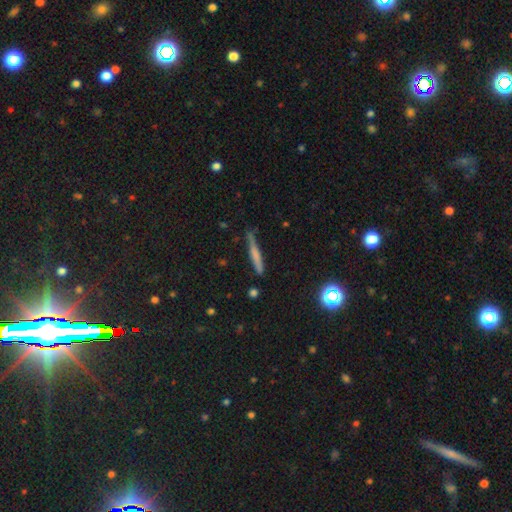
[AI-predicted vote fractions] Overall: smooth (54%; featured or disk 37%). How rounded: cigar-shaped (94%). Merging: none (80%).